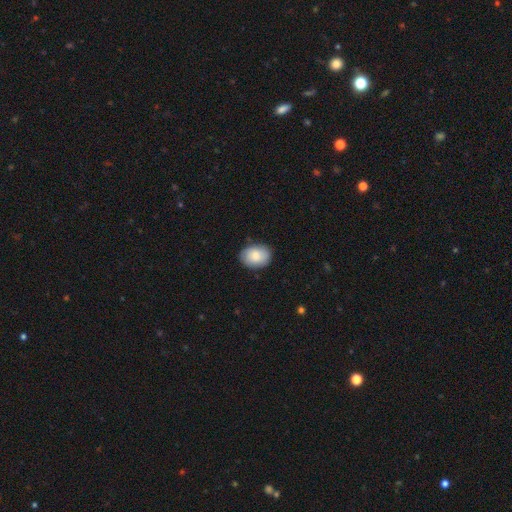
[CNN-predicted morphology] Smooth or featured? smooth (80%)
How rounded? in between (70%)
Merging? none (84%)